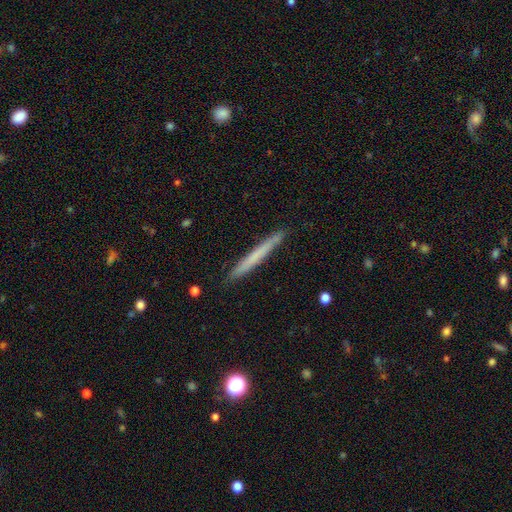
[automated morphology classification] The model was most divided on "smooth or featured": smooth: 62%, featured or disk: 32%, star or artifact: 6%. More confident: how rounded — cigar-shaped (97%); merging — none (90%).